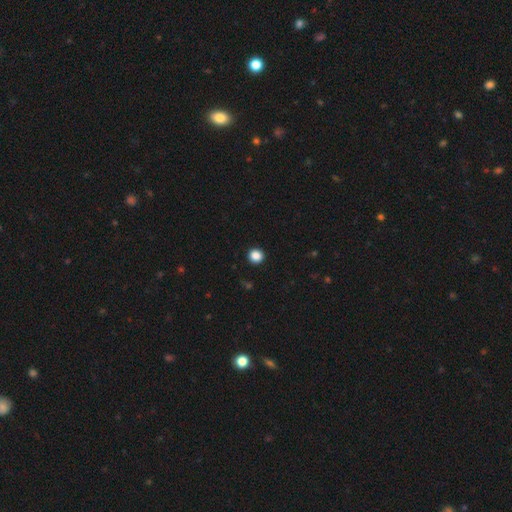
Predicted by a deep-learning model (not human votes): A smooth galaxy with no disk features (87%) that is round (92%). Merging: none (93%).